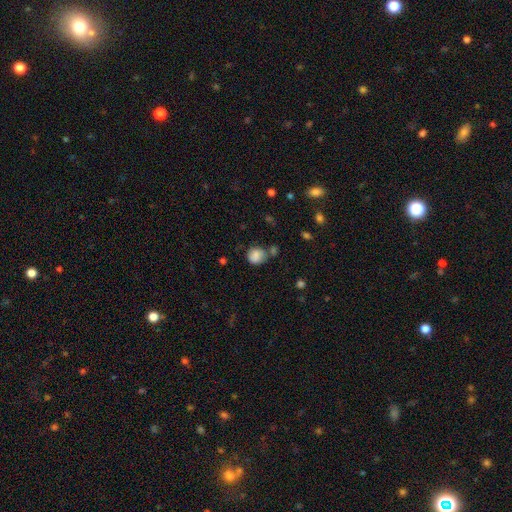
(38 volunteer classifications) A smooth galaxy with no disk features (82%) that is round (61%).

Vote fractions:
- Smooth or featured? smooth: 82% / featured or disk: 11% / star or artifact: 8%
- How rounded? round: 61% / in between: 39% / cigar-shaped: 0%
- Merging? none: 40% / minor disturbance: 31% / merger: 17% / major disturbance: 11%